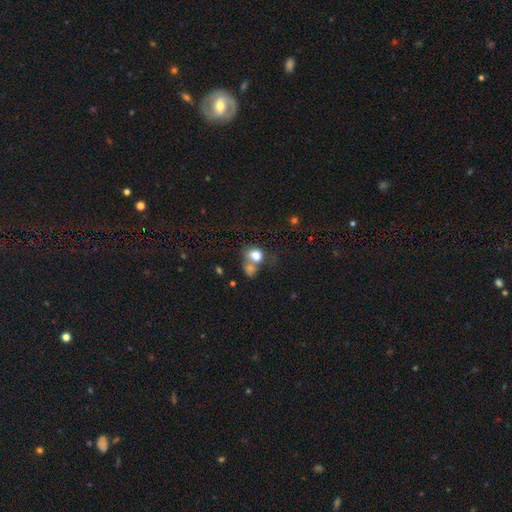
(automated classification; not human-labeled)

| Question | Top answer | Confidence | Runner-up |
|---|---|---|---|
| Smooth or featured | smooth | 78% | featured or disk (12%) |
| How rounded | in between | 50% | round (49%) |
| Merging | merger | 52% | none (27%) |